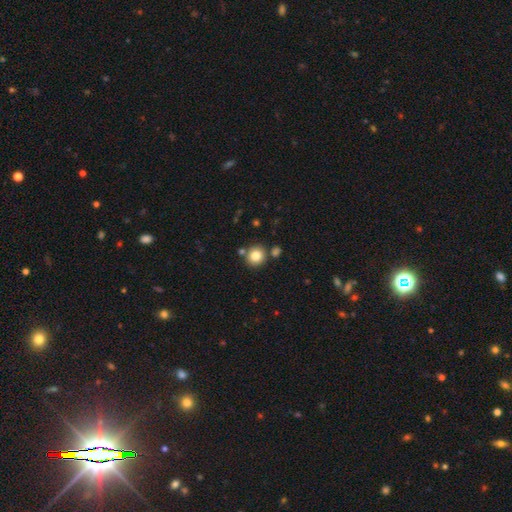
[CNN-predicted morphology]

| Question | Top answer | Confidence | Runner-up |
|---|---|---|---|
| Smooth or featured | smooth | 82% | star or artifact (10%) |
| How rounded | round | 90% | in between (9%) |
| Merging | none | 79% | merger (11%) |